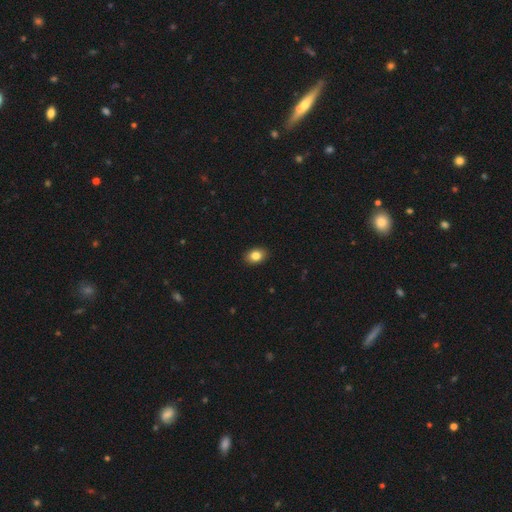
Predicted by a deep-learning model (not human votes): Smooth or featured? Predicted: smooth (p=0.84). How rounded? Predicted: in between (p=0.74). Merging? Predicted: none (p=0.90).